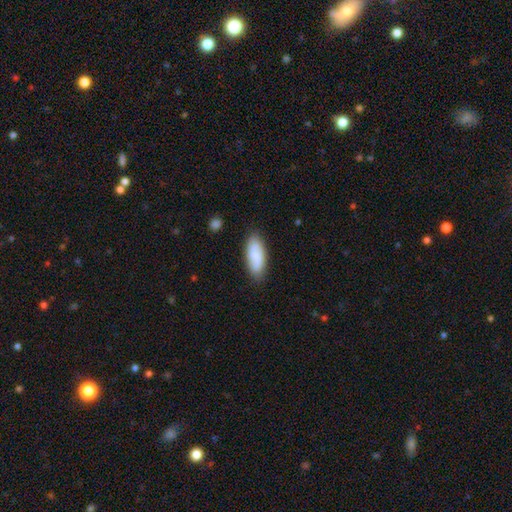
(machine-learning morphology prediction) This is clearly a smooth galaxy (81%). How rounded: likely in between (77%). Merging: clearly none (82%).